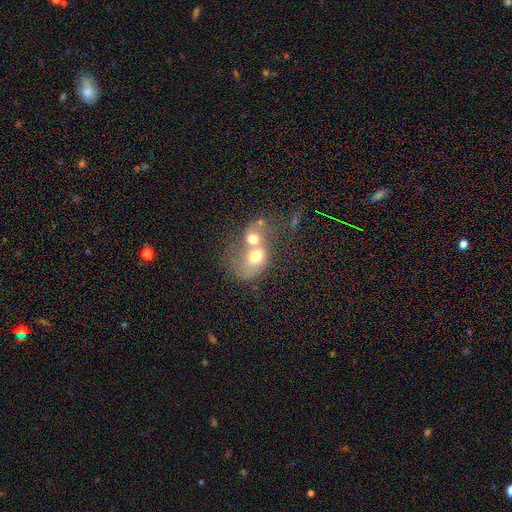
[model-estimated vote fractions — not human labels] Overall: smooth (55%; featured or disk 34%). How rounded: in between (55%; round 44%). Merging: merger (78%).